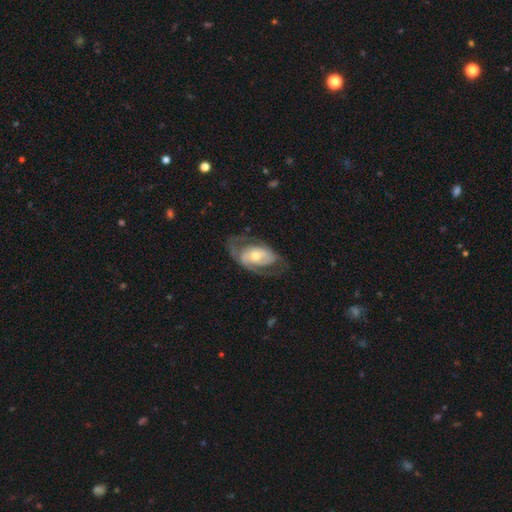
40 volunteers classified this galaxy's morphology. Smooth or featured? featured or disk (80%)
Edge-on disk? no (94%)
Bar? no (60%)
Spiral arms? yes (73%)
Spiral winding? medium (45%)
Spiral arm count? 2 (68%)
Bulge size? moderate (60%)
Merging? none (64%)